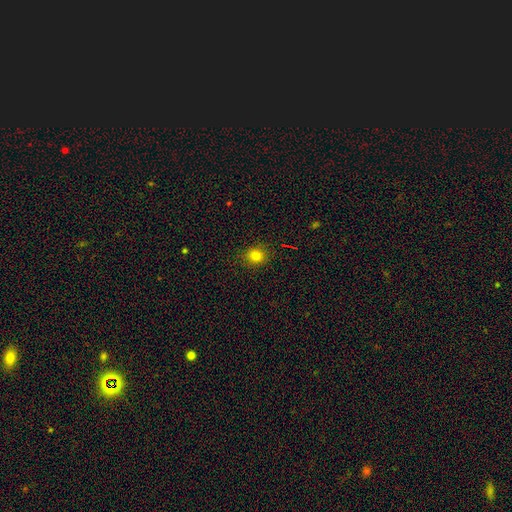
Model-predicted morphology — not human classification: Q: Smooth or featured?
A: smooth (79%); runner-up: star or artifact (14%)
Q: How rounded?
A: round (74%); runner-up: in between (25%)
Q: Merging?
A: none (88%); runner-up: minor disturbance (9%)